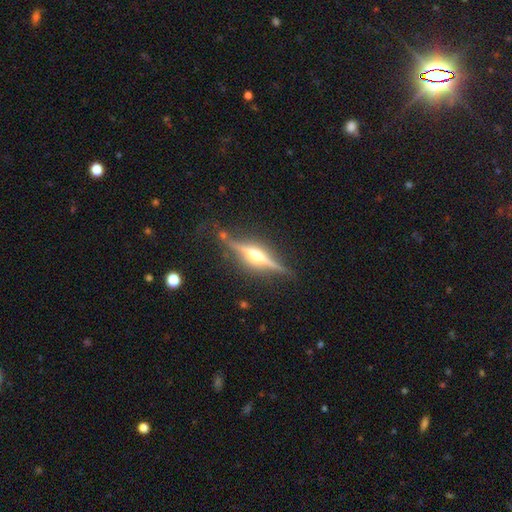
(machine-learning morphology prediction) Smooth or featured? Predicted: featured or disk (p=0.85). Edge-on disk? Predicted: yes (p=0.97). Edge-on bulge? Predicted: rounded (p=0.92). Merging? Predicted: none (p=0.84).